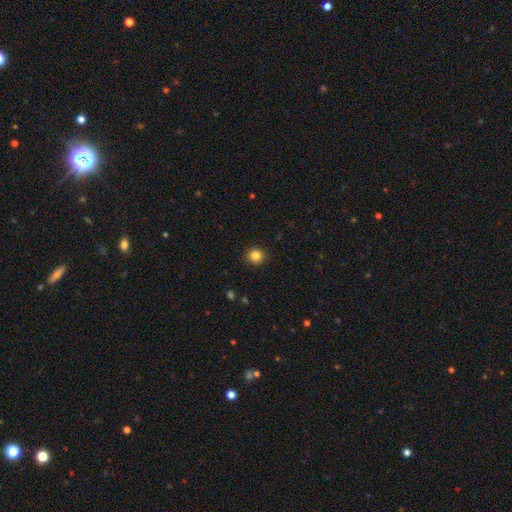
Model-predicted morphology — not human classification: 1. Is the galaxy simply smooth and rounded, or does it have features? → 84% smooth, 11% star or artifact, 5% featured or disk.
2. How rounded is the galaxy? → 92% round, 7% in between, 1% cigar-shaped.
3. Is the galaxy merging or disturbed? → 91% none, 6% minor disturbance, 2% major disturbance, 1% merger.